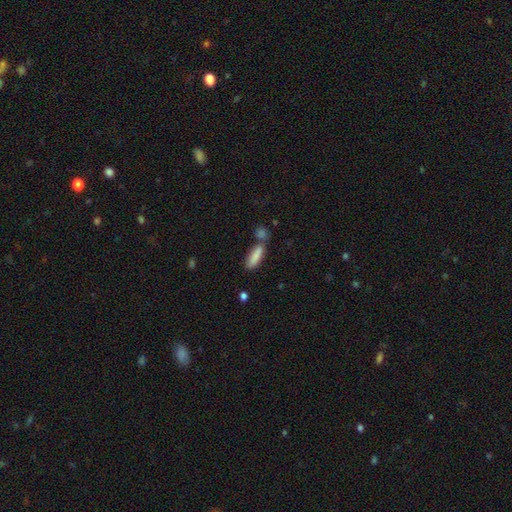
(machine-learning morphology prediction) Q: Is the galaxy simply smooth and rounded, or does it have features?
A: smooth — 84%.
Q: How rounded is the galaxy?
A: cigar-shaped — 52%.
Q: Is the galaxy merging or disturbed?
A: none — 55%.